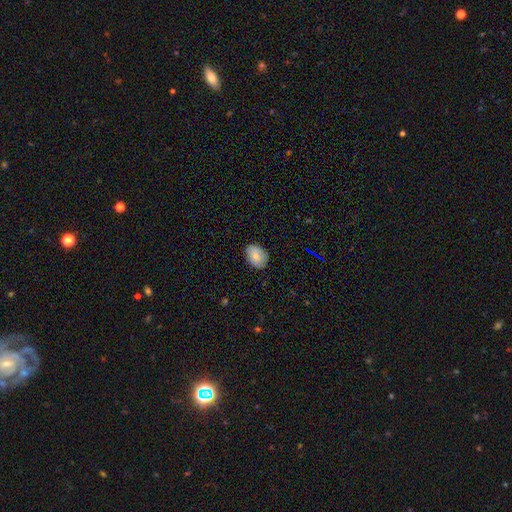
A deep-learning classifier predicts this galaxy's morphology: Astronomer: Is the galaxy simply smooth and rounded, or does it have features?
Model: smooth — 81%.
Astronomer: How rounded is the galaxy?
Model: in between — 75%.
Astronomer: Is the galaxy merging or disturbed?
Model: none — 79%.